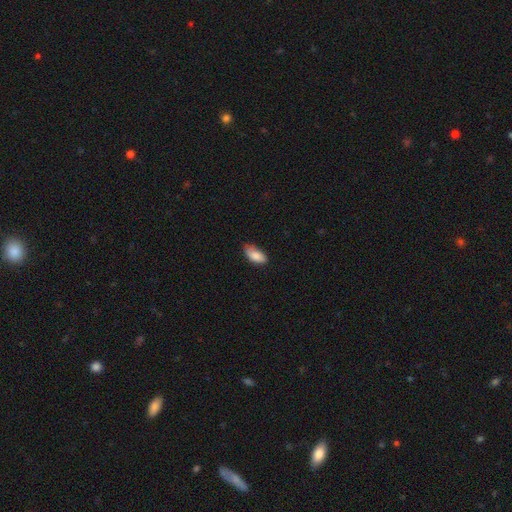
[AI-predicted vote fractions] Q: Smooth or featured?
A: smooth (86%); runner-up: featured or disk (7%)
Q: How rounded?
A: in between (91%); runner-up: cigar-shaped (6%)
Q: Merging?
A: none (64%); runner-up: minor disturbance (30%)